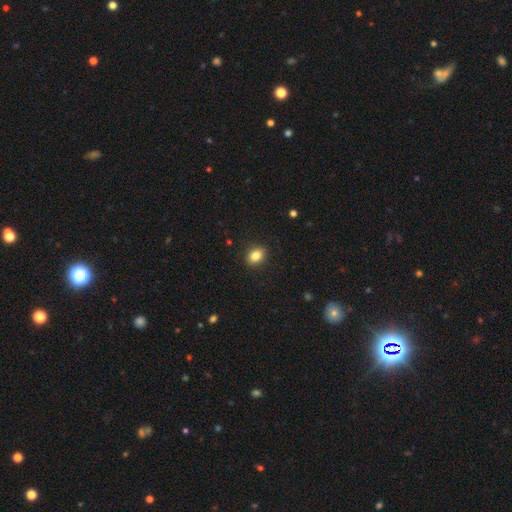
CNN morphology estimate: Overall: smooth (85%). How rounded: in between (69%; round 30%). Merging: none (89%).